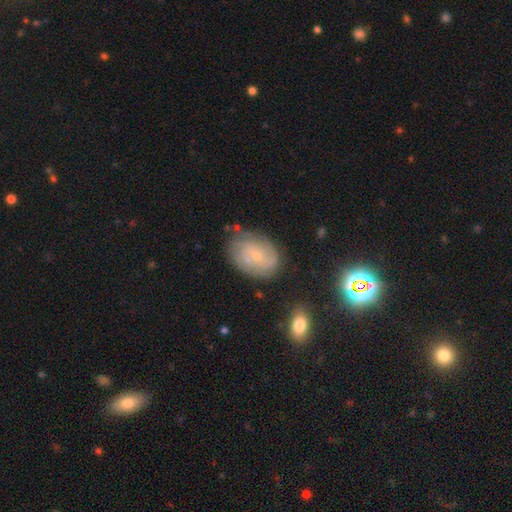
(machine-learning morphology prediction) This appears to be a featured or disk galaxy (65%) with no bar (70%), tight (57%) spiral arms (85%) and a small central bulge (80%). Merging: none (71%).